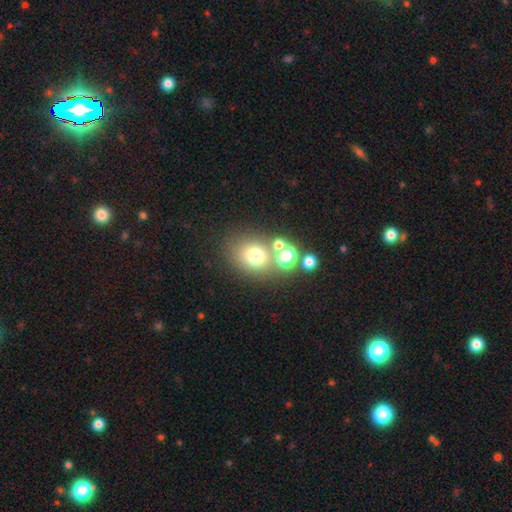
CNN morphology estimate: type=smooth (69%); roundness=round (68%); merging=none (63%).